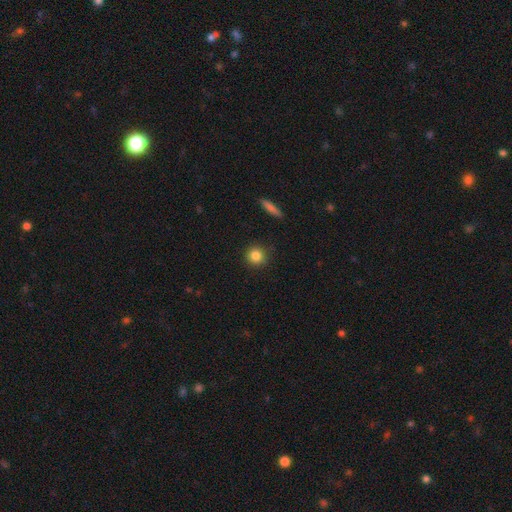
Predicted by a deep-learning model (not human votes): smooth_or_featured: smooth (p=0.84) [alt: star or artifact p=0.10]
how_rounded: round (p=0.92) [alt: in between p=0.06]
merging: none (p=0.89) [alt: minor disturbance p=0.07]